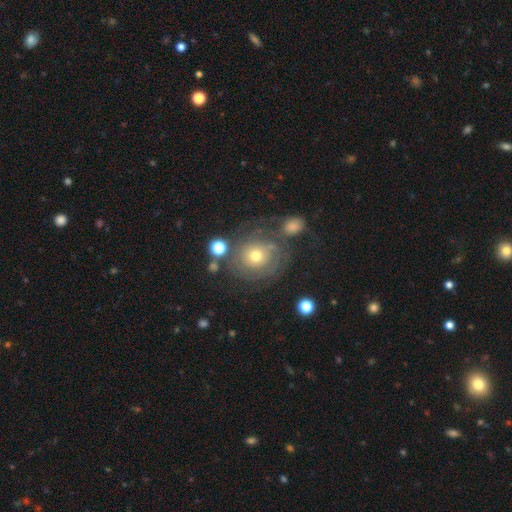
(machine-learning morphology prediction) smooth-or-featured: featured or disk: 54% | smooth: 34% | star or artifact: 12%
  disk-edge-on: no: 97% | yes: 3%
    bar: no: 87% | weak: 10% | strong: 3%
    has-spiral-arms: yes: 71% | no: 29%
    bulge-size: moderate: 59% | small: 33% | large: 6% | dominant: 1% | none: 1%
  merging: none: 60% | minor disturbance: 17% | major disturbance: 13% | merger: 10%